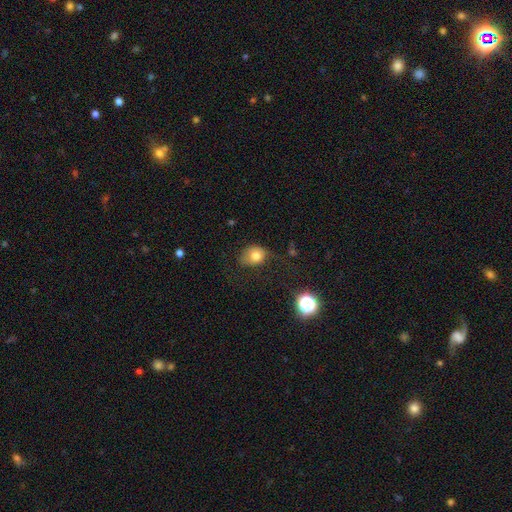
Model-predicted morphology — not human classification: smooth 77%, star or artifact 12%, featured or disk 11%. Down the decision tree: how rounded — in between (51%); merging — none (47%).